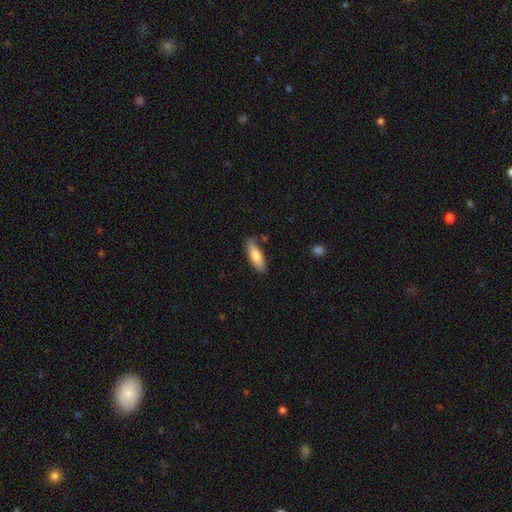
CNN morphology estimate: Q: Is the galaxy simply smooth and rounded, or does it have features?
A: smooth — 74%.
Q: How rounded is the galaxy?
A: in between — 52%.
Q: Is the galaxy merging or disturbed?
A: none — 82%.